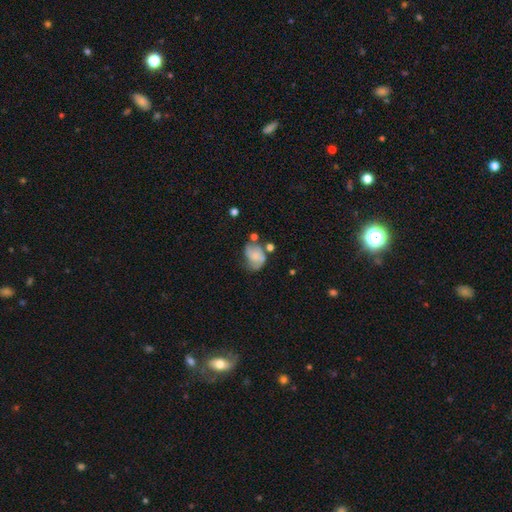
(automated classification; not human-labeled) The model was most divided on "merging": none: 36%, minor disturbance: 31%, major disturbance: 20%, merger: 13%. More confident: how rounded — in between (65%); smooth or featured — smooth (52%).